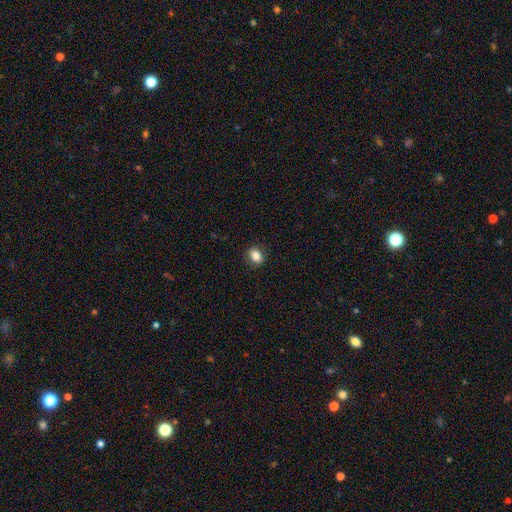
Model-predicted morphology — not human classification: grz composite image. It shows a smooth galaxy with no disk features (84%) that is in between round and cigar-shaped (57%). Merging: none (88%).